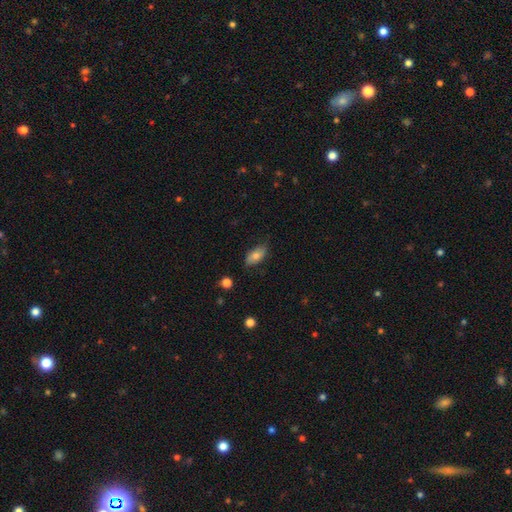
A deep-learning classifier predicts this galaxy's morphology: Smooth or featured? smooth (75%)
How rounded? in between (91%)
Merging? none (75%)